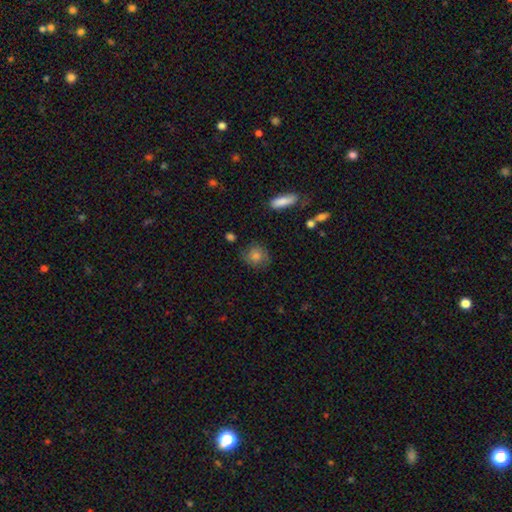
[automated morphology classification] Smooth or featured: smooth — 65% (featured or disk — 24%)
How rounded: round — 77% (in between — 21%)
Merging: none — 78% (minor disturbance — 15%)